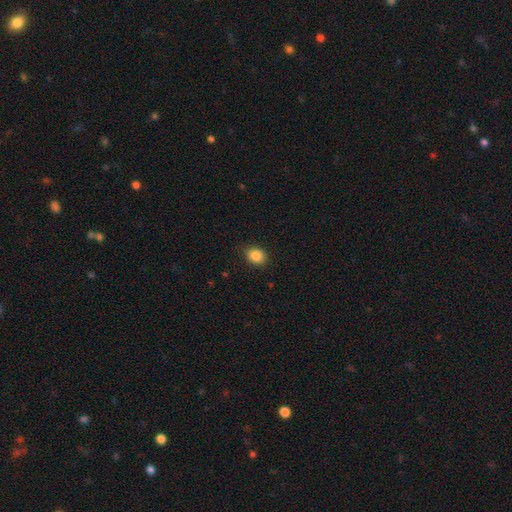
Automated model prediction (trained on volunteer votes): Smooth or featured: smooth — 87% (star or artifact — 9%)
How rounded: round — 50% (in between — 49%)
Merging: none — 87% (minor disturbance — 10%)